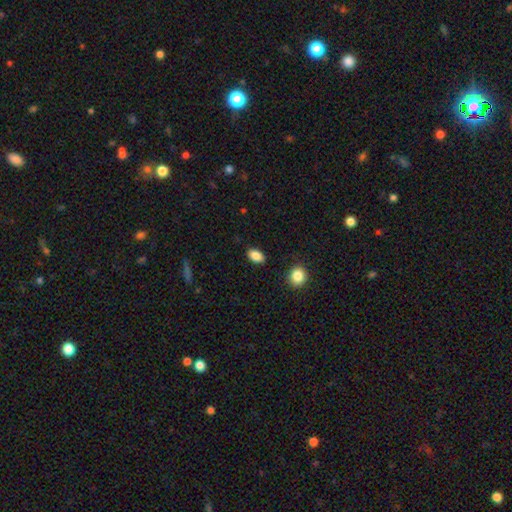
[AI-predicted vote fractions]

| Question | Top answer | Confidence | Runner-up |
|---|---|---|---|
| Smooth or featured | smooth | 86% | star or artifact (8%) |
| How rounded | in between | 88% | round (10%) |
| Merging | none | 87% | minor disturbance (9%) |